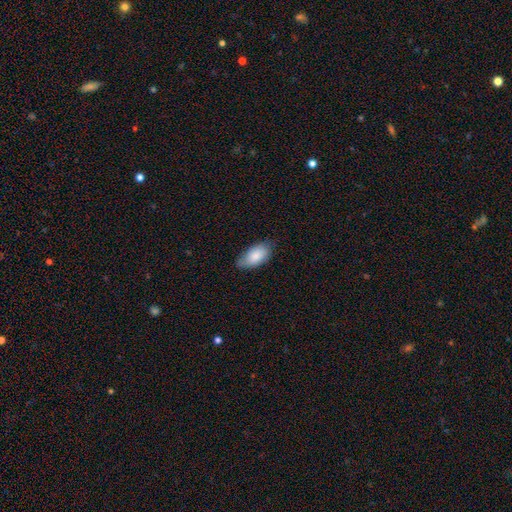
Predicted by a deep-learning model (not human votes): This appears to be a smooth galaxy with no disk features (81%) that is in between round and cigar-shaped (94%). Merging: none (71%).